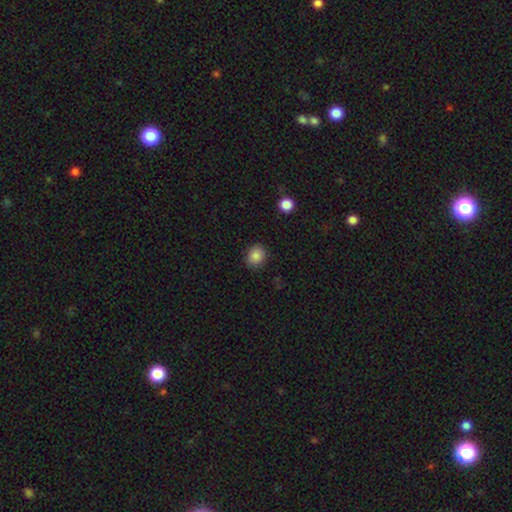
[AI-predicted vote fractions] Smooth or featured? smooth (85%)
How rounded? round (69%)
Merging? none (88%)